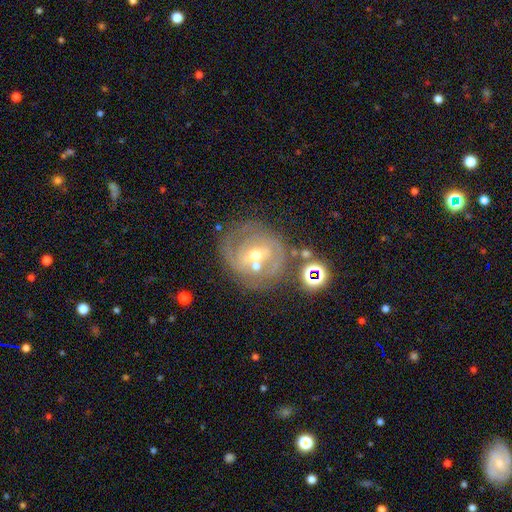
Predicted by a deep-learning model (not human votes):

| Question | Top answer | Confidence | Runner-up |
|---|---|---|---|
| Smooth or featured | featured or disk | 74% | smooth (16%) |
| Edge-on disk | no | 97% | yes (3%) |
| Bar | weak | 43% | no (31%) |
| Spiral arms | yes | 79% | no (21%) |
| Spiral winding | tight | 53% | medium (36%) |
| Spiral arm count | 2 | 52% | can't tell (26%) |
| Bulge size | moderate | 58% | small (37%) |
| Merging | none | 61% | minor disturbance (17%) |